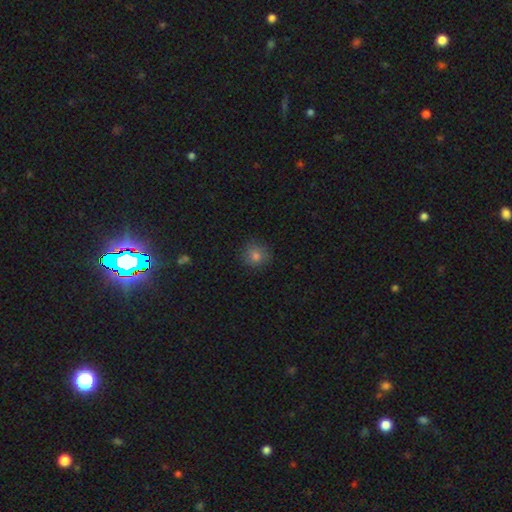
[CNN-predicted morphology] A smooth galaxy with no disk features (80%) that is round (91%).

Vote fractions:
- Smooth or featured? smooth: 80% / star or artifact: 14% / featured or disk: 7%
- How rounded? round: 91% / in between: 8% / cigar-shaped: 1%
- Merging? none: 88% / minor disturbance: 9% / major disturbance: 2% / merger: 1%